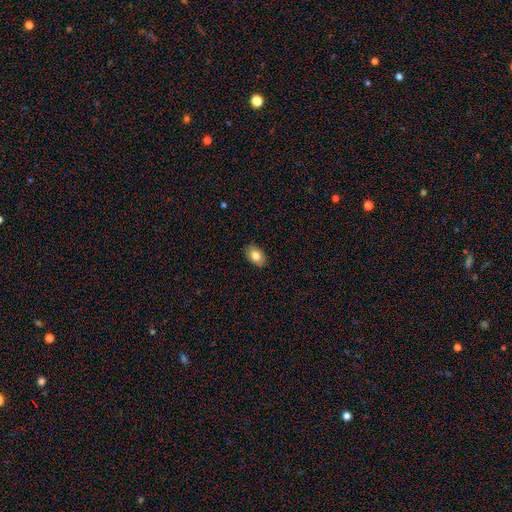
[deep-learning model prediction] Smooth or featured?
  - smooth: 81% *
  - featured or disk: 11%
  - star or artifact: 8%
How rounded?
  - in between: 85% *
  - round: 14%
  - cigar-shaped: 1%
Merging?
  - none: 88% *
  - minor disturbance: 9%
  - major disturbance: 2%
  - merger: 1%